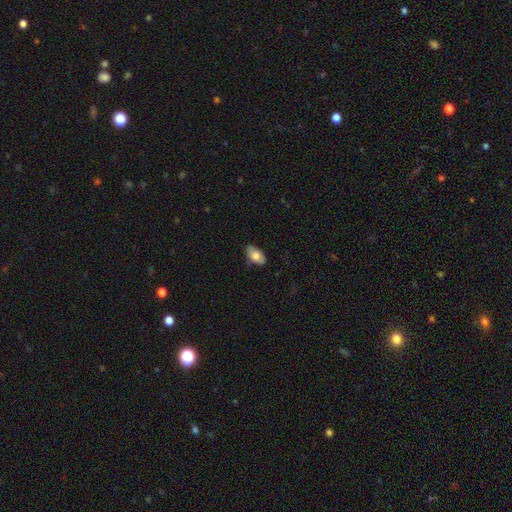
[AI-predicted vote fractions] Smooth or featured? smooth (72%)
How rounded? in between (91%)
Merging? none (72%)